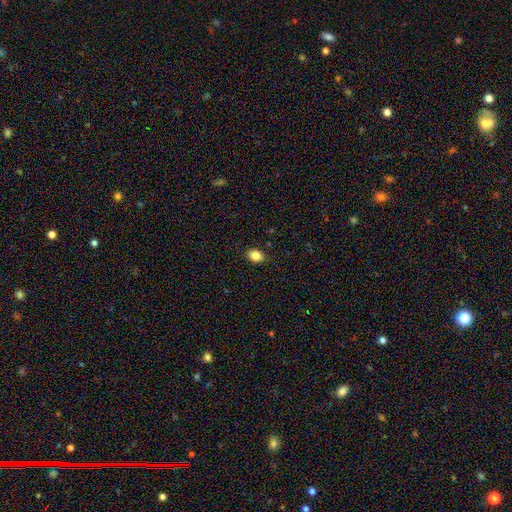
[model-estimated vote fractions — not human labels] A smooth galaxy with no disk features (85%) that is in between round and cigar-shaped (60%). Merging: none (88%).